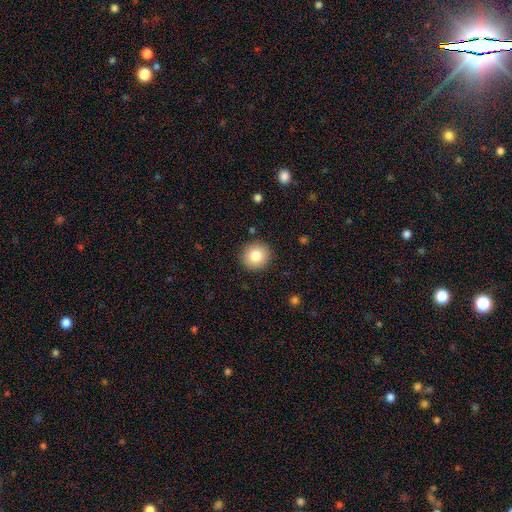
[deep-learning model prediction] Smooth or featured?
  - smooth: 82% *
  - star or artifact: 9%
  - featured or disk: 9%
How rounded?
  - round: 90% *
  - in between: 9%
  - cigar-shaped: 1%
Merging?
  - none: 90% *
  - minor disturbance: 6%
  - major disturbance: 2%
  - merger: 1%